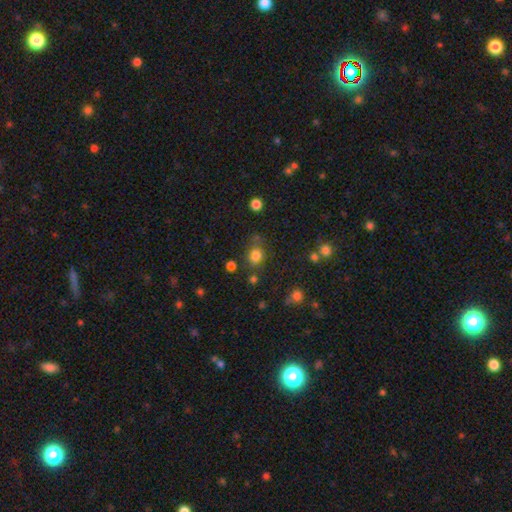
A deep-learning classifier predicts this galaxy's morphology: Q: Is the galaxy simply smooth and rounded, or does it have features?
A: smooth — 78%.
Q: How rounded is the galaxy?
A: round — 64%.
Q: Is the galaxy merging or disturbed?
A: none — 70%.